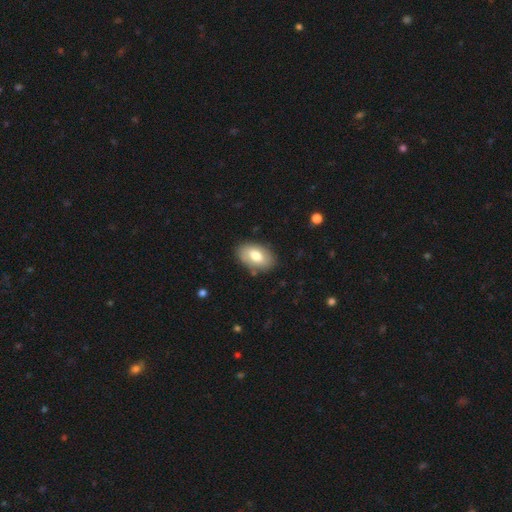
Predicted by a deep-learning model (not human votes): A smooth galaxy with no disk features (73%) that is in between round and cigar-shaped (92%). Merging: none (83%).